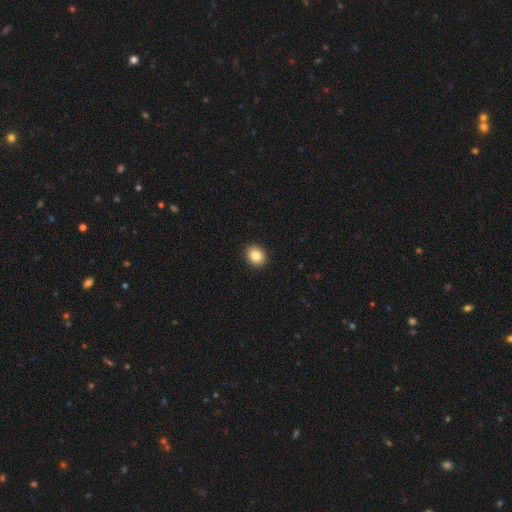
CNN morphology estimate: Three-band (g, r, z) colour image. It shows a smooth galaxy with no disk features (83%) that is round (77%). Merging: none (93%).